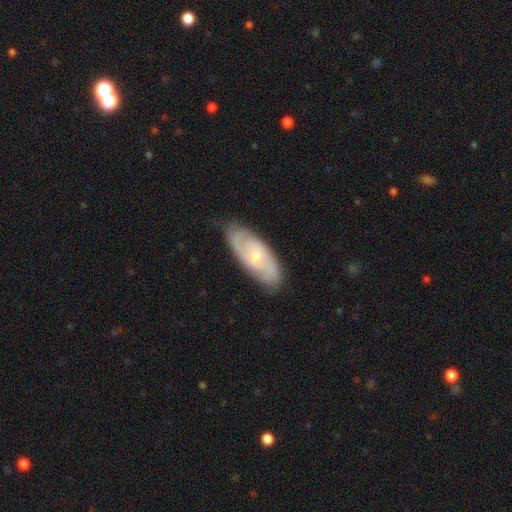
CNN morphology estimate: featured or disk 81%, smooth 14%, star or artifact 5%. Down the decision tree: edge-on disk — no (92%); bar — no (68%); spiral arms — yes (94%); spiral arm count — 2 (61%); spiral winding — tight (61%); bulge size — small (62%); merging — none (80%).